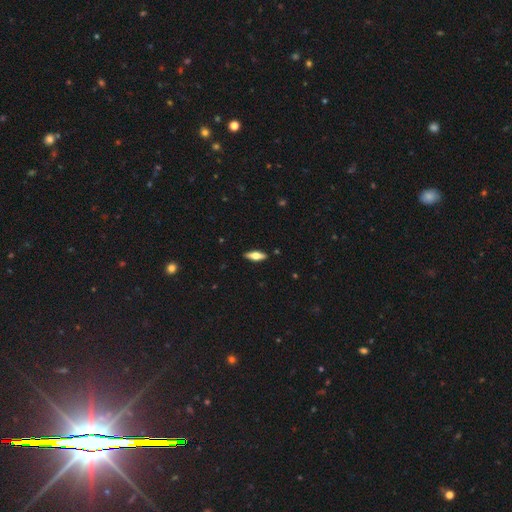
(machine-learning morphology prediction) Overall: smooth (54%; featured or disk 39%). How rounded: in between (60%; cigar-shaped 37%). Merging: none (89%).